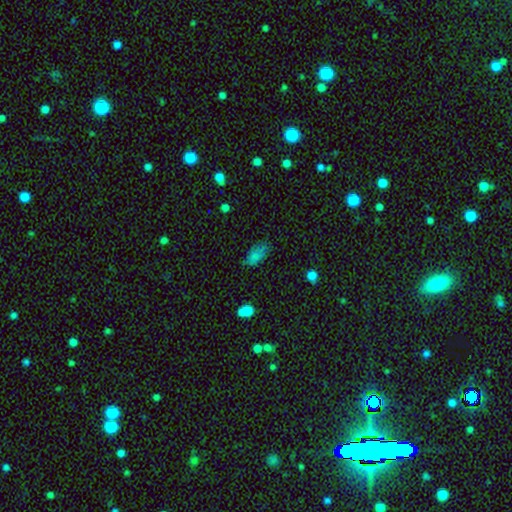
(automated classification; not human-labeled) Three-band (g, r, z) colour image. It shows a smooth galaxy with no disk features (77%) that is in between round and cigar-shaped (88%). Merging: none (62%).